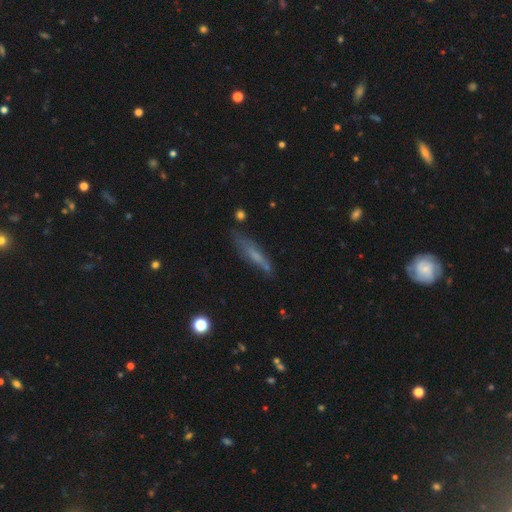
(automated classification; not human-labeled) Q: Smooth or featured?
A: smooth (57%); runner-up: featured or disk (33%)
Q: How rounded?
A: cigar-shaped (83%); runner-up: in between (15%)
Q: Merging?
A: none (69%); runner-up: minor disturbance (21%)